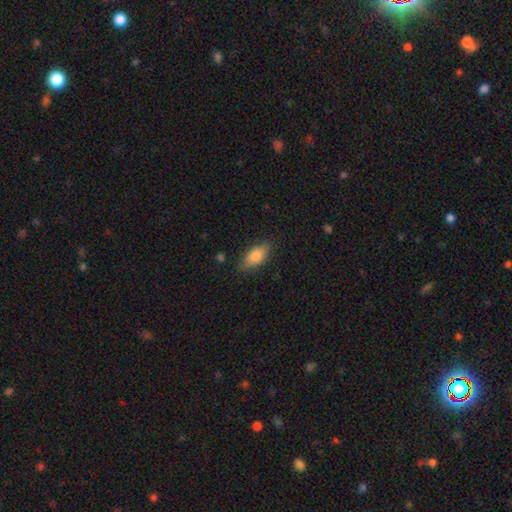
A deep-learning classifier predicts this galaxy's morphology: Overall: smooth (83%). How rounded: in between (88%). Merging: none (80%).